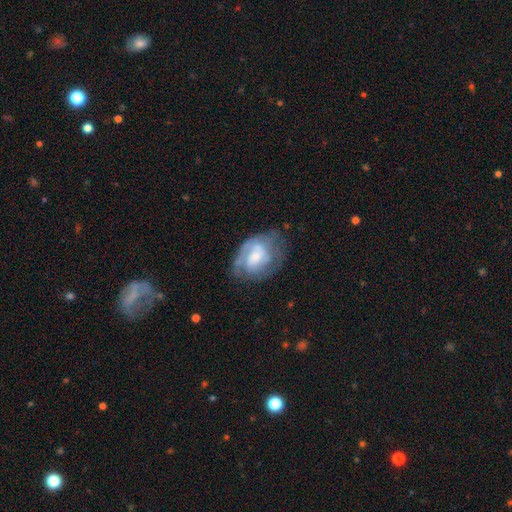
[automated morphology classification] A featured or disk galaxy (64%) with no bar (63%), spiral arms (72%) and a small central bulge (49%).

Vote fractions:
- Smooth or featured? featured or disk: 64% / smooth: 29% / star or artifact: 7%
- Edge-on disk? no: 97% / yes: 3%
- Bar? no: 63% / weak: 30% / strong: 7%
- Spiral arms? yes: 72% / no: 28%
- Bulge size? small: 49% / moderate: 36% / large: 8% / none: 5% / dominant: 2%
- Merging? none: 53% / minor disturbance: 26% / major disturbance: 19% / merger: 2%